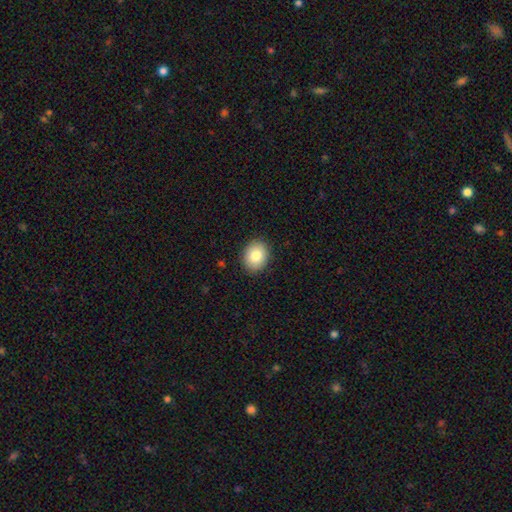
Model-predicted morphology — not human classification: Smooth or featured: smooth — 84% (featured or disk — 8%)
How rounded: round — 52% (in between — 47%)
Merging: none — 90% (minor disturbance — 7%)